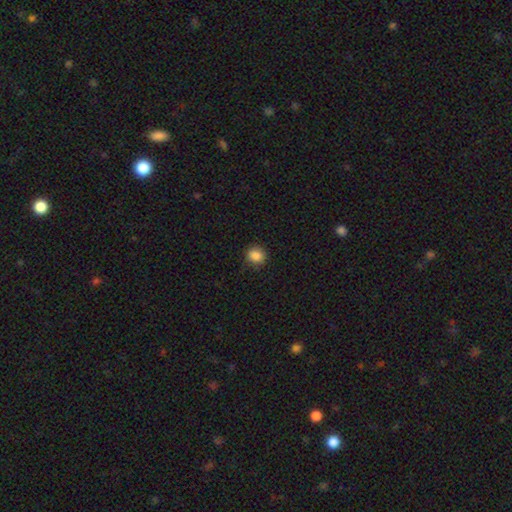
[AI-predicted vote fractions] smooth-or-featured: smooth: 86% | star or artifact: 10% | featured or disk: 4%
  how-rounded: round: 82% | in between: 17% | cigar-shaped: 1%
  merging: none: 88% | minor disturbance: 9% | major disturbance: 2% | merger: 1%